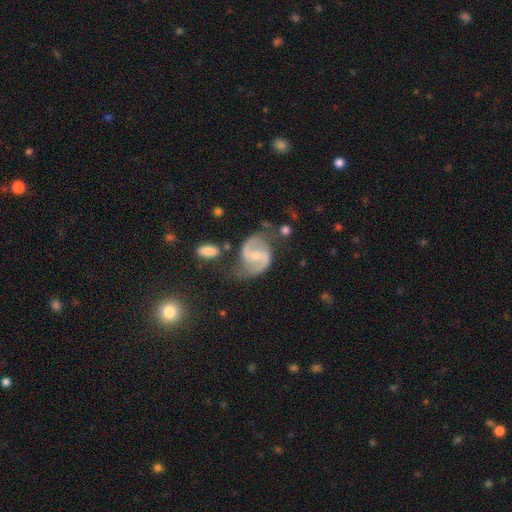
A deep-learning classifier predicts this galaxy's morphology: Overall: featured or disk (85%). Edge-on disk: no (98%). Bar: weak (48%; strong 30%). Spiral arms: yes (94%). Spiral arm count: 2 (92%). Spiral winding: medium (48%; loose 40%). Bulge size: small (54%; moderate 39%). Merging: none (58%; minor disturbance 23%).